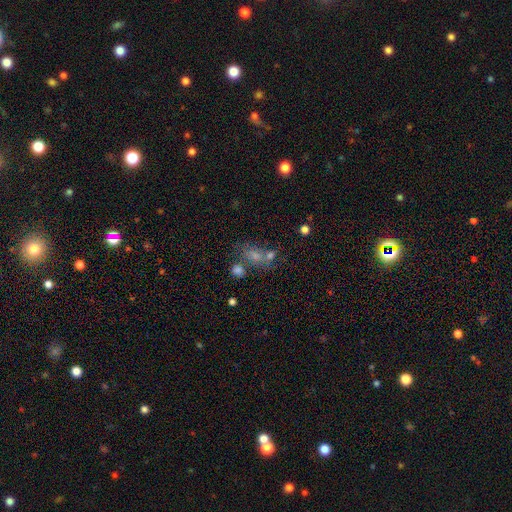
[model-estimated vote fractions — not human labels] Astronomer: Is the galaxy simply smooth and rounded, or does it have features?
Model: smooth — 63%.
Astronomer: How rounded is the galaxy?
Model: in between — 72%.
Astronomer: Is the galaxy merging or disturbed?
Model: none — 42% (runner-up: merger, 29%).